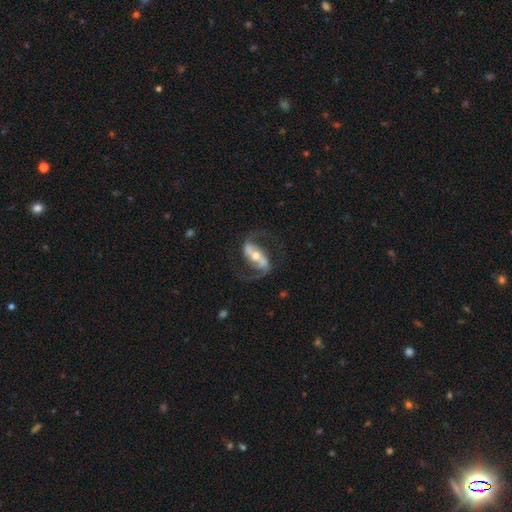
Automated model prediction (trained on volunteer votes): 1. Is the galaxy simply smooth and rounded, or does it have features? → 89% featured or disk, 6% smooth, 5% star or artifact.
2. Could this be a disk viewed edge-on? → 96% no, 4% yes.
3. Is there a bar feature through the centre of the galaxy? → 57% strong, 28% weak, 15% no.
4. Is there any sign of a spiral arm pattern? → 96% yes, 4% no.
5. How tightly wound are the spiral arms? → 45% medium (tied), 45% loose (tied), 10% tight.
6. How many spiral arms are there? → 93% 2, 2% 1, 2% can't tell, 1% 3, 1% 4, 1% more than 4.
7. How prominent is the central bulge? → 61% moderate, 31% small, 5% large, 1% none, 1% dominant.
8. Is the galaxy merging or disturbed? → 76% none, 12% minor disturbance, 10% major disturbance, 2% merger.